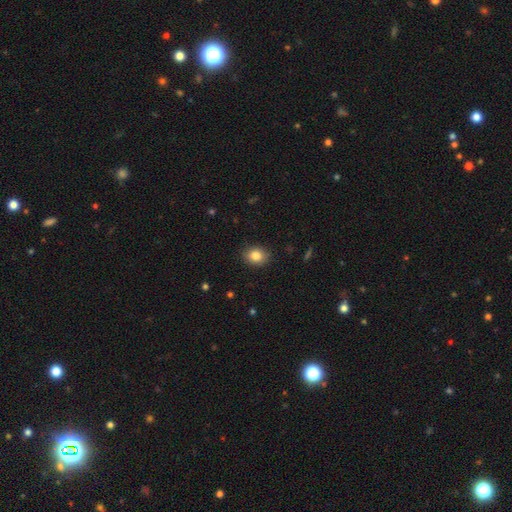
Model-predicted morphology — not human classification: Overall: smooth (85%). How rounded: in between (50%, tied with round). Merging: none (88%).